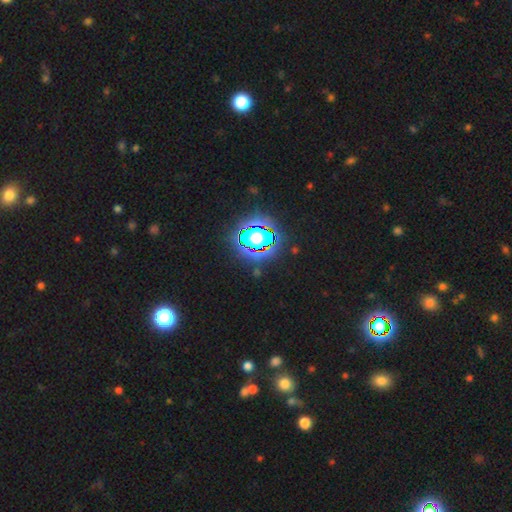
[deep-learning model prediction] The model was most divided on "smooth or featured": star or artifact: 81%, smooth: 12%, featured or disk: 7%.